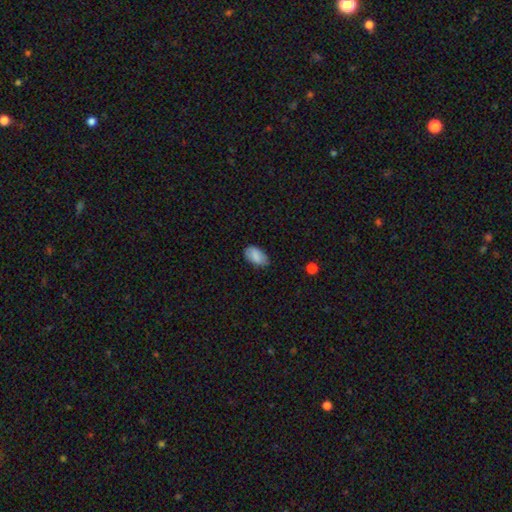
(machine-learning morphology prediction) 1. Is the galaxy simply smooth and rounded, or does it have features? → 85% smooth, 7% featured or disk, 7% star or artifact.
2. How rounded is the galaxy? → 94% in between, 4% round, 2% cigar-shaped.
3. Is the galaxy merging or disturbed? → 72% none, 23% minor disturbance, 4% major disturbance, 1% merger.